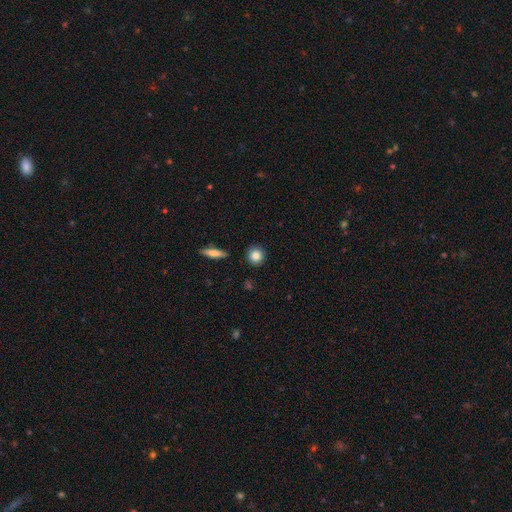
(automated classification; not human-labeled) Smooth or featured?
  - smooth: 85% *
  - star or artifact: 9%
  - featured or disk: 6%
How rounded?
  - round: 89% *
  - in between: 9%
  - cigar-shaped: 2%
Merging?
  - none: 89% *
  - minor disturbance: 7%
  - merger: 2%
  - major disturbance: 2%